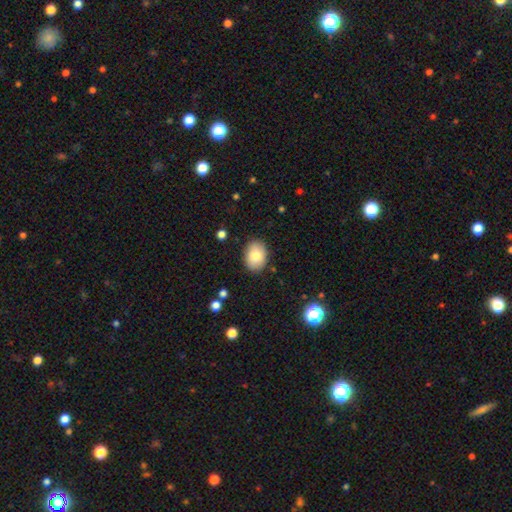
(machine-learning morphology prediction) Overall: smooth (81%). How rounded: in between (75%). Merging: none (86%).